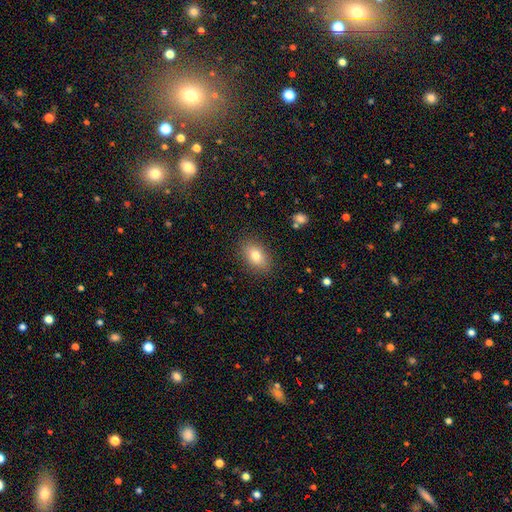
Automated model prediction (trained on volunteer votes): This appears to be a smooth galaxy with no disk features (79%) that is in between round and cigar-shaped (84%). Merging: none (86%).